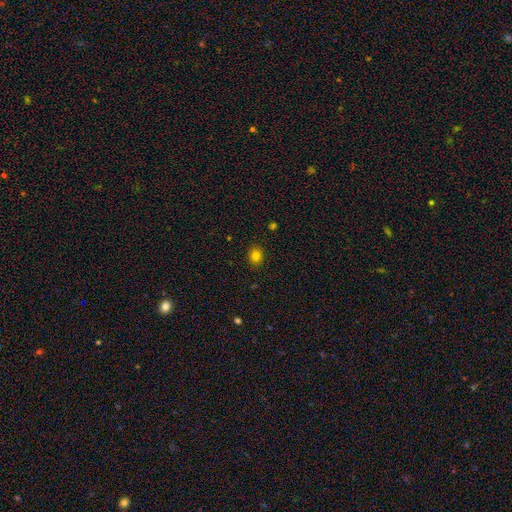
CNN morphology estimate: Smooth or featured?
  - smooth: 81% *
  - star or artifact: 13%
  - featured or disk: 6%
How rounded?
  - round: 58% *
  - in between: 41%
  - cigar-shaped: 1%
Merging?
  - none: 89% *
  - minor disturbance: 8%
  - major disturbance: 2%
  - merger: 1%